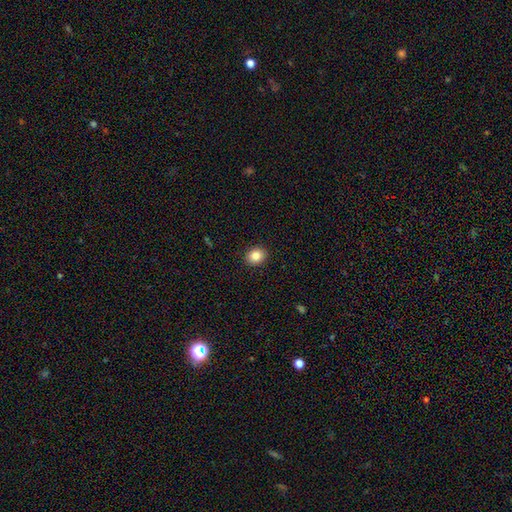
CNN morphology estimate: A smooth galaxy with no disk features (85%) that is round (58%). Merging: none (91%).